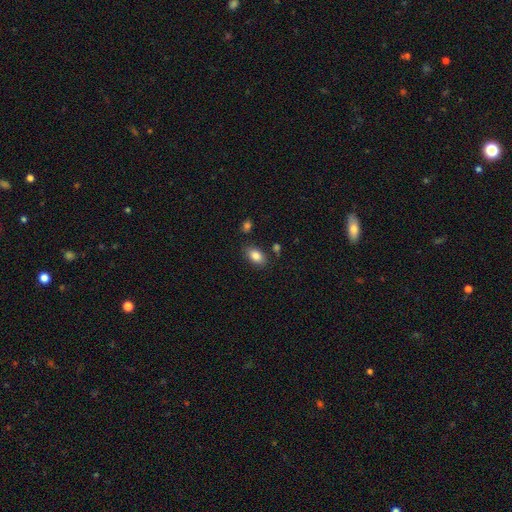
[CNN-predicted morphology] Smooth or featured: smooth — 85% (featured or disk — 8%)
How rounded: in between — 91% (round — 7%)
Merging: none — 82% (minor disturbance — 12%)